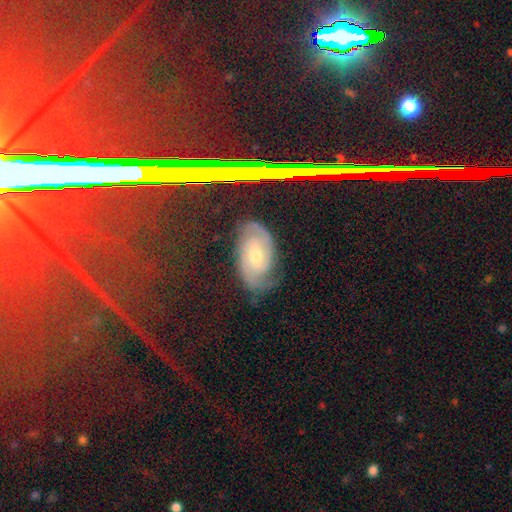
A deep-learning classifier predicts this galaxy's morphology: Smooth or featured?
  - featured or disk: 70% *
  - smooth: 16%
  - star or artifact: 14%
Edge-on disk?
  - no: 94% *
  - yes: 6%
Bar?
  - weak: 45% *
  - no: 42%
  - strong: 14%
Spiral arms?
  - yes: 93% *
  - no: 7%
Spiral winding?
  - tight: 55% *
  - medium: 33%
  - loose: 12%
Spiral arm count?
  - 2: 58% *
  - can't tell: 25%
  - 3: 7%
  - 1: 4%
  - 4: 3%
  - more than 4: 3%
Bulge size?
  - moderate: 54% *
  - small: 42%
  - large: 2%
  - none: 1%
  - dominant: 1%
Merging?
  - none: 73% *
  - minor disturbance: 19%
  - major disturbance: 6%
  - merger: 2%